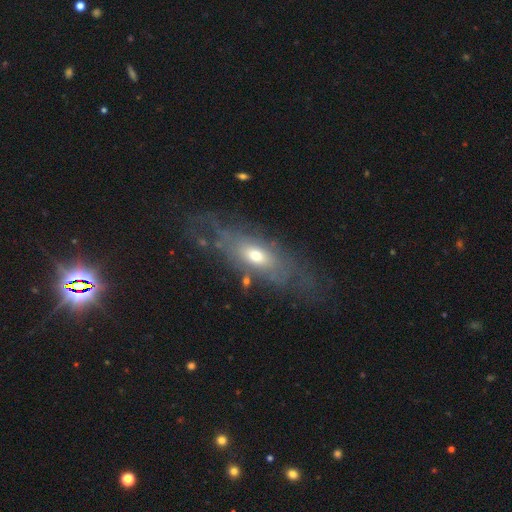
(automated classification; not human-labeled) A featured or disk galaxy (55%). Merging: none (57%).